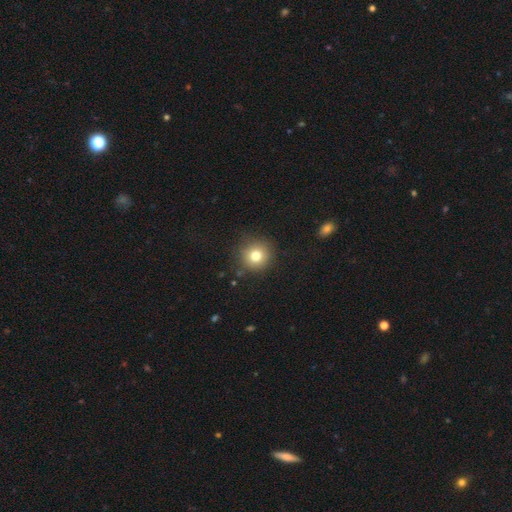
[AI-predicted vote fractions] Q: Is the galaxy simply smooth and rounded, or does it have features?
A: smooth — 78%.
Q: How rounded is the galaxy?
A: round — 92%.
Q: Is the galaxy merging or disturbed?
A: none — 87%.